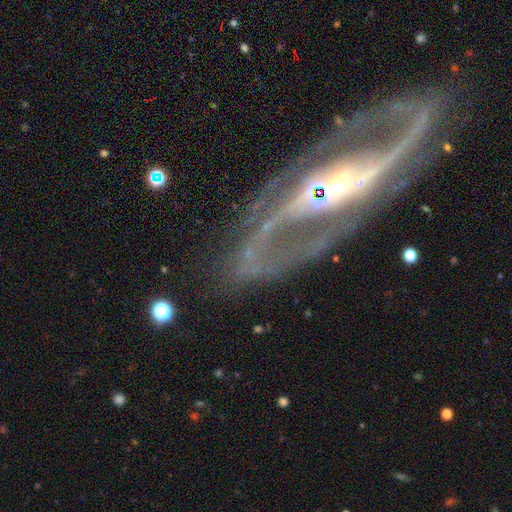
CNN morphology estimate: smooth_or_featured: featured or disk (p=0.88) [alt: star or artifact p=0.06]
disk_edge_on: no (p=0.90) [alt: yes p=0.10]
bar: strong (p=0.39) [alt: no p=0.31]
has_spiral_arms: yes (p=0.89) [alt: no p=0.11]
spiral_winding: medium (p=0.47) [alt: loose p=0.30]
spiral_arm_count: 2 (p=0.84) [alt: can't tell p=0.06]
bulge_size: moderate (p=0.50) [alt: small p=0.40]
merging: none (p=0.70) [alt: minor disturbance p=0.14]